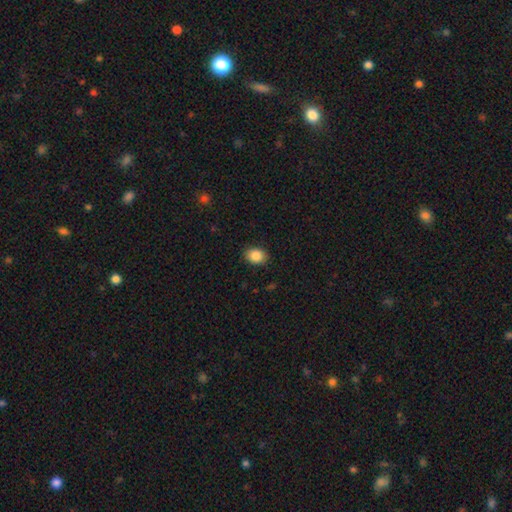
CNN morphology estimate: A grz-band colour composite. It shows a smooth galaxy with no disk features (88%) that is in between round and cigar-shaped (66%). Merging: none (88%).